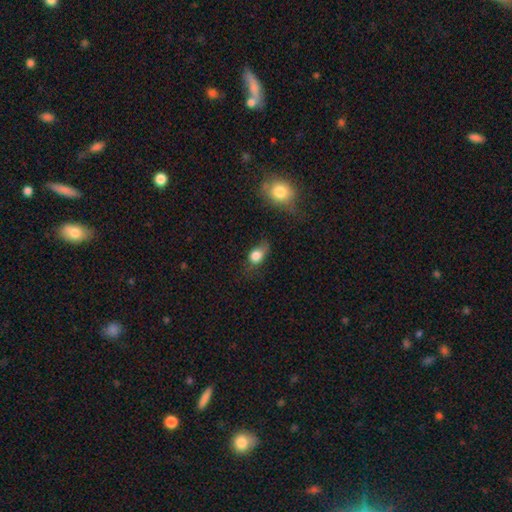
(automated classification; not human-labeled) Morphology: type=smooth (77%); roundness=in between (62%); merging=none (44%).